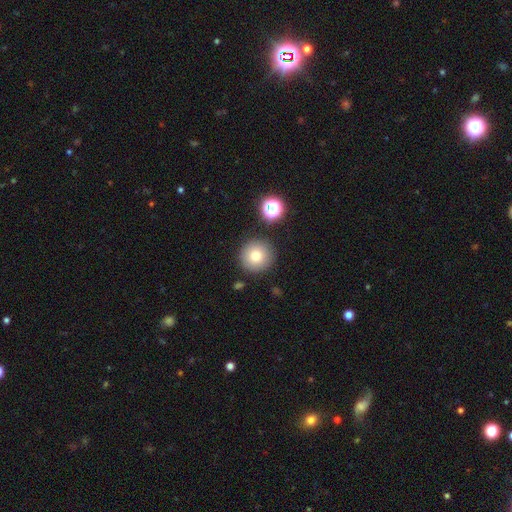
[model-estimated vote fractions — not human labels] Smooth or featured?
  - smooth: 78% *
  - star or artifact: 12%
  - featured or disk: 10%
How rounded?
  - round: 95% *
  - in between: 4%
  - cigar-shaped: 1%
Merging?
  - none: 85% *
  - minor disturbance: 7%
  - merger: 5%
  - major disturbance: 2%